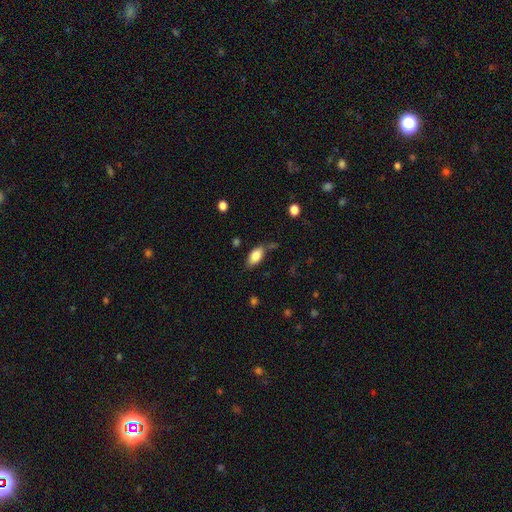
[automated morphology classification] Smooth or featured: smooth — 84% (featured or disk — 9%)
How rounded: in between — 92% (cigar-shaped — 5%)
Merging: none — 68% (minor disturbance — 21%)